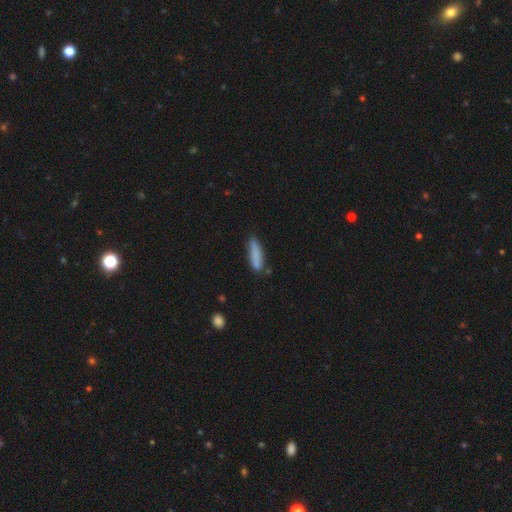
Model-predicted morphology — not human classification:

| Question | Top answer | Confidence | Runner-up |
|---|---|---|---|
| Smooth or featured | smooth | 80% | featured or disk (12%) |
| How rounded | cigar-shaped | 75% | in between (23%) |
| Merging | none | 68% | minor disturbance (21%) |